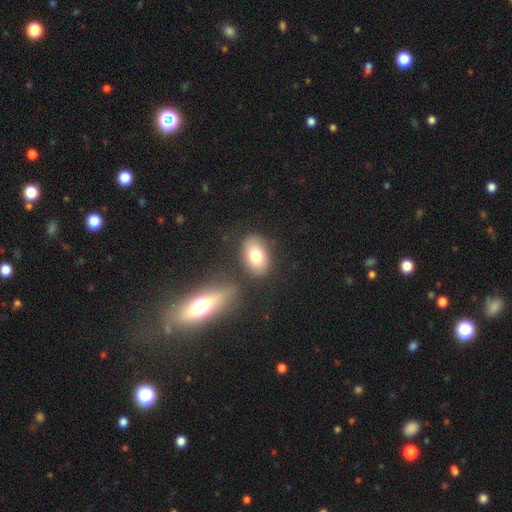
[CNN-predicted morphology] A smooth galaxy with no disk features (77%) that is in between round and cigar-shaped (86%). Merging: none (78%).